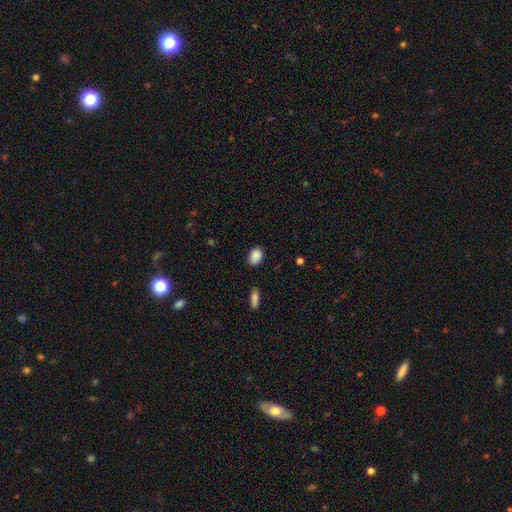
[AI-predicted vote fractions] This is clearly a smooth galaxy (88%). How rounded: likely in between (79%). Merging: likely none (79%).